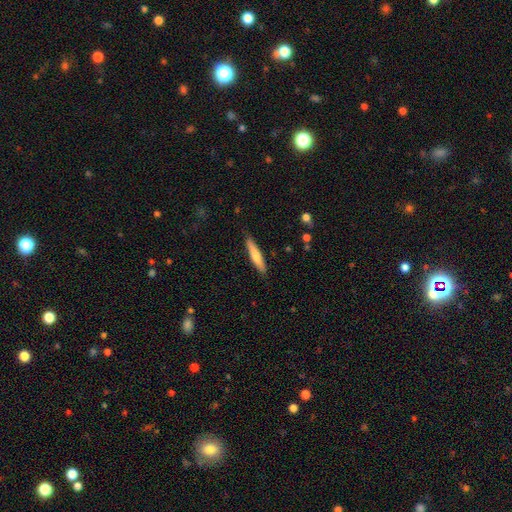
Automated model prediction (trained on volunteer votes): This is likely a smooth galaxy (66%). How rounded: clearly cigar-shaped (88%). Merging: clearly none (87%).